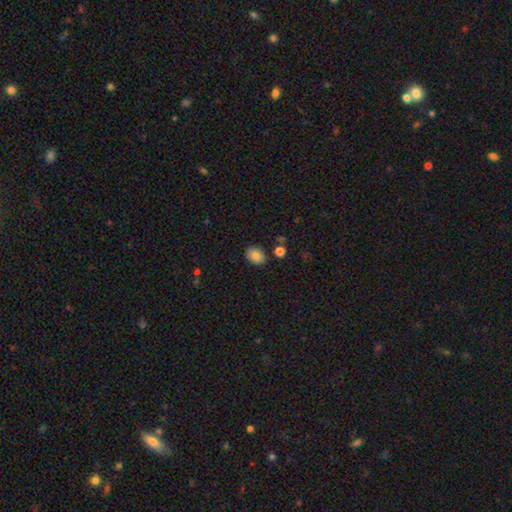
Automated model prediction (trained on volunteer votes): Q: Smooth or featured?
A: smooth (83%); runner-up: star or artifact (9%)
Q: How rounded?
A: in between (70%); runner-up: round (29%)
Q: Merging?
A: none (84%); runner-up: minor disturbance (10%)